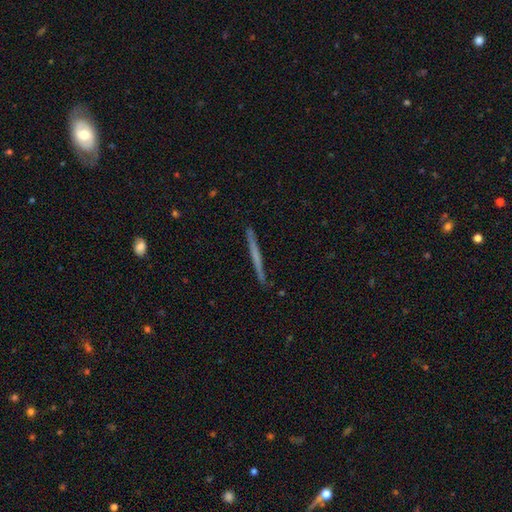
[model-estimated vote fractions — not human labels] Smooth or featured? featured or disk (50%)
Merging? none (91%)